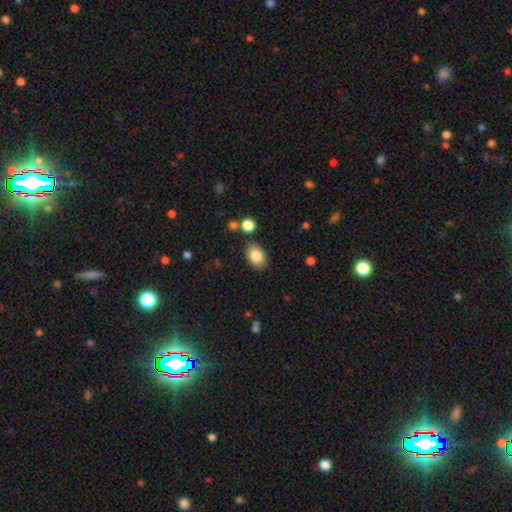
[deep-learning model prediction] Morphology: type=smooth (84%); roundness=in between (78%); merging=none (84%).